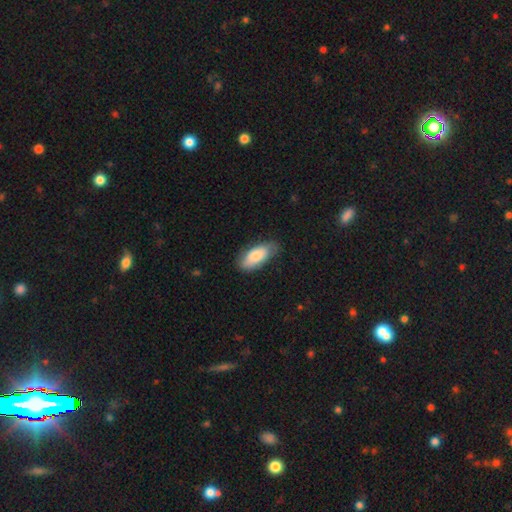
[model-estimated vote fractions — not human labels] smooth 78%, featured or disk 17%, star or artifact 6%. Down the decision tree: how rounded — in between (88%); merging — none (71%).